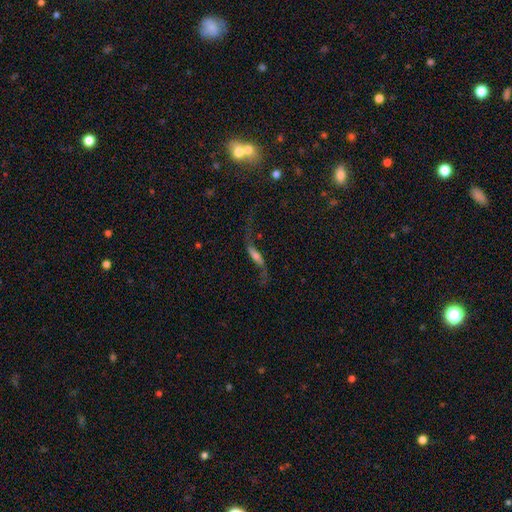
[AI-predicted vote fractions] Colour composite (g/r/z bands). It shows a featured or disk galaxy (70%). Merging: none (49%).